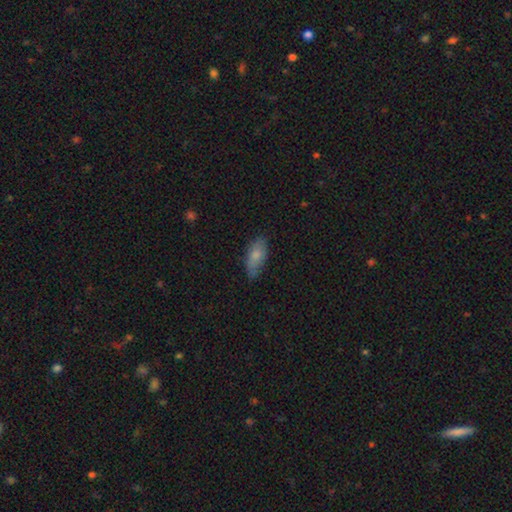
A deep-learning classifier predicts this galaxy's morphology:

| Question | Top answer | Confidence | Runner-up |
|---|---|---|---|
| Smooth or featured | smooth | 77% | featured or disk (16%) |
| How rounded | in between | 87% | cigar-shaped (11%) |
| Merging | none | 67% | minor disturbance (26%) |